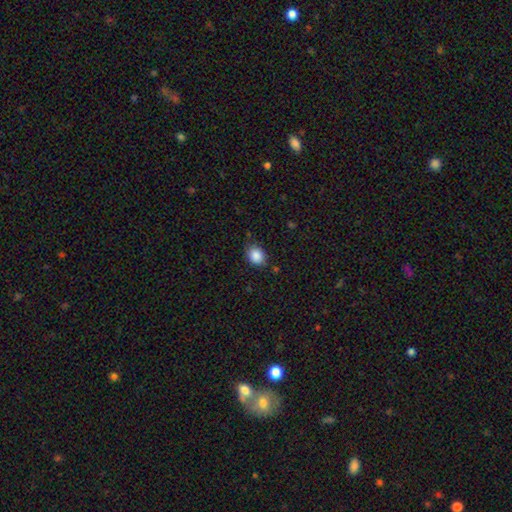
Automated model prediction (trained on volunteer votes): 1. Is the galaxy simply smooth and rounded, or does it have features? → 87% smooth, 9% star or artifact, 4% featured or disk.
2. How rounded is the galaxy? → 50% in between, 49% round, 1% cigar-shaped.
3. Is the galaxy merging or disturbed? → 80% none, 15% minor disturbance, 3% major disturbance, 2% merger.